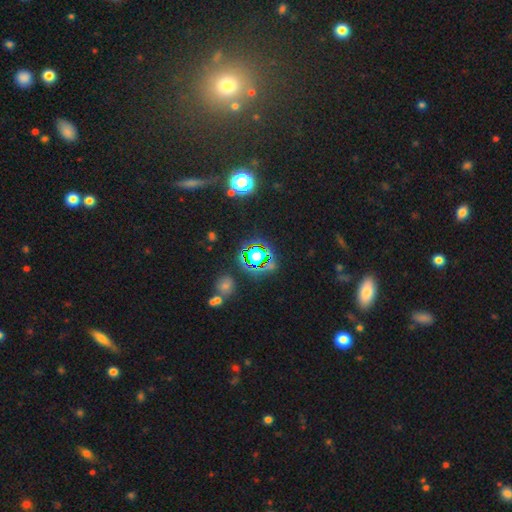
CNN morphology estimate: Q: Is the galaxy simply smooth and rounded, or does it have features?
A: star or artifact — 65%.